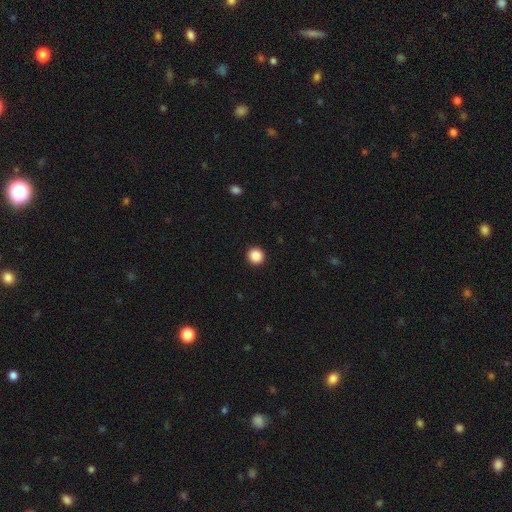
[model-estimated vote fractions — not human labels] Smooth or featured? smooth (88%)
How rounded? round (95%)
Merging? none (94%)